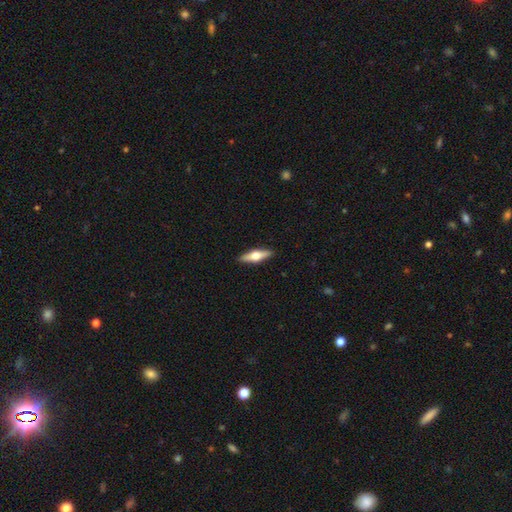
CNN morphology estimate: This appears to be a featured or disk galaxy (55%) viewed edge-on (95%) with a rounded central bulge (95%). Merging: none (91%).